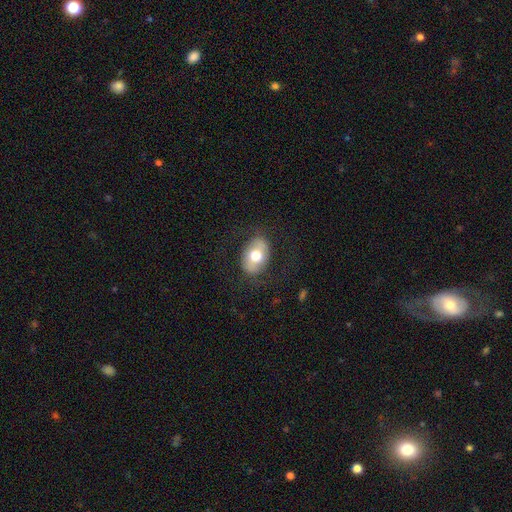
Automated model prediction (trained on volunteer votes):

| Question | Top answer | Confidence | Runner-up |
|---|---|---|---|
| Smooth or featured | smooth | 63% | featured or disk (30%) |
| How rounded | in between | 79% | round (20%) |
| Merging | none | 78% | minor disturbance (13%) |